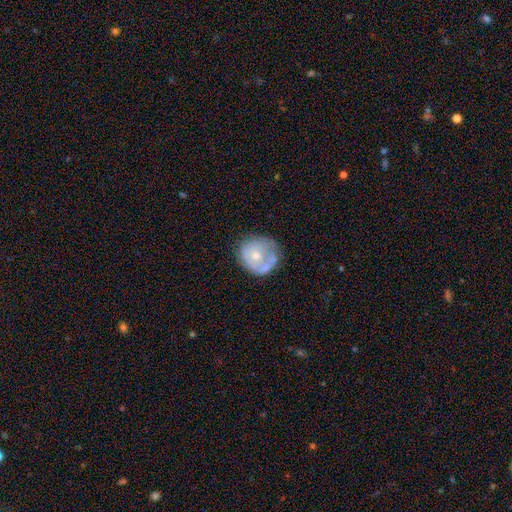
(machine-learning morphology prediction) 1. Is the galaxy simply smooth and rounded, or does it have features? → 47% smooth, 46% featured or disk, 7% star or artifact.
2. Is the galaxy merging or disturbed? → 51% none, 26% minor disturbance, 15% major disturbance, 8% merger.